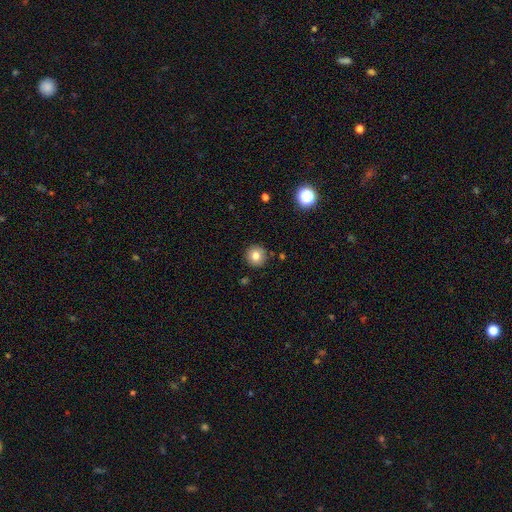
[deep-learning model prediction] This is clearly a smooth galaxy (81%). How rounded: clearly round (95%). Merging: clearly none (89%).